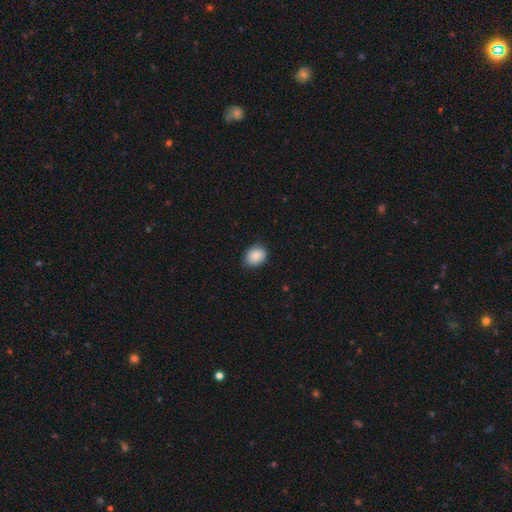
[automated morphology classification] This is clearly a smooth galaxy (86%). How rounded: possibly round (55%). Merging: clearly none (82%).